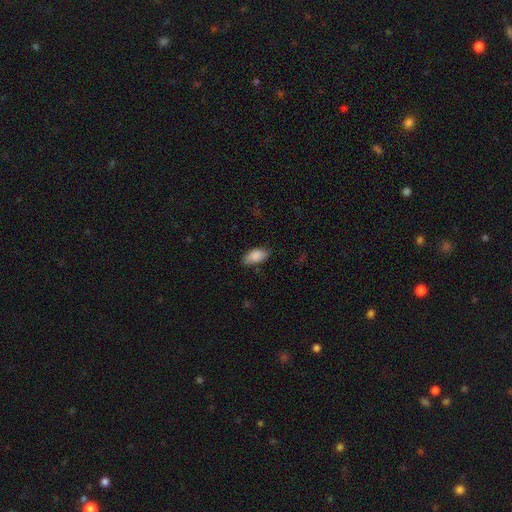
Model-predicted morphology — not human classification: Overall: smooth (87%). How rounded: in between (92%). Merging: none (72%).